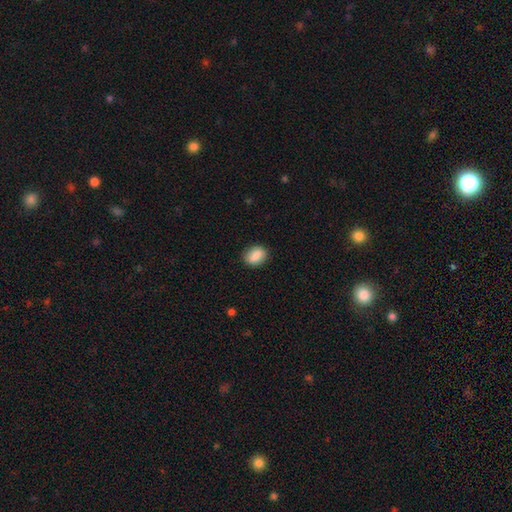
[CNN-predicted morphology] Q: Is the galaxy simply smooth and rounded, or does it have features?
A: smooth — 87%.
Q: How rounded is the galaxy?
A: in between — 65%.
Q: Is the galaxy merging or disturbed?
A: none — 85%.